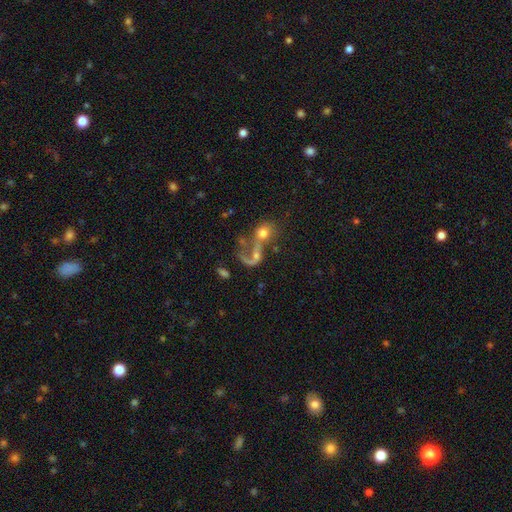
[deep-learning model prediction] This is possibly a featured or disk galaxy (53%). It is clearly not viewed edge-on (96%). Bar: likely no (68%). Spiral arm pattern: likely yes (60%). Central bulge: marginally moderate (39%). Merging: possibly merger (59%).